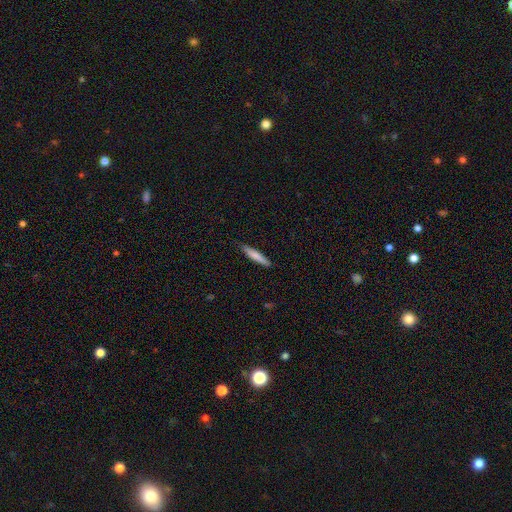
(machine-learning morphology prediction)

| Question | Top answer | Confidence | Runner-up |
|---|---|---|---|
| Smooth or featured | smooth | 77% | featured or disk (17%) |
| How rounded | cigar-shaped | 92% | in between (7%) |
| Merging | none | 87% | minor disturbance (10%) |